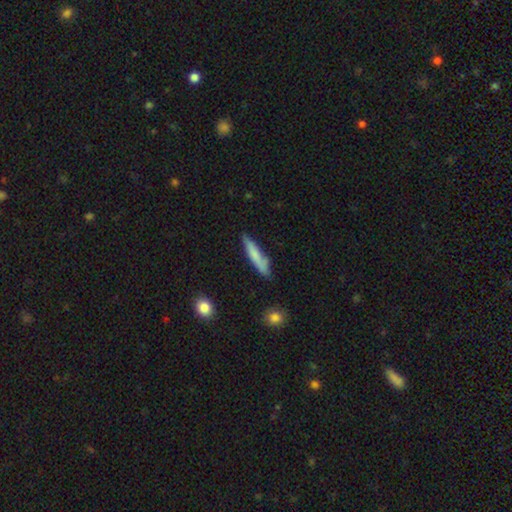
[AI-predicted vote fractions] Q: Smooth or featured?
A: smooth (71%); runner-up: featured or disk (23%)
Q: How rounded?
A: cigar-shaped (87%); runner-up: in between (11%)
Q: Merging?
A: none (72%); runner-up: minor disturbance (21%)